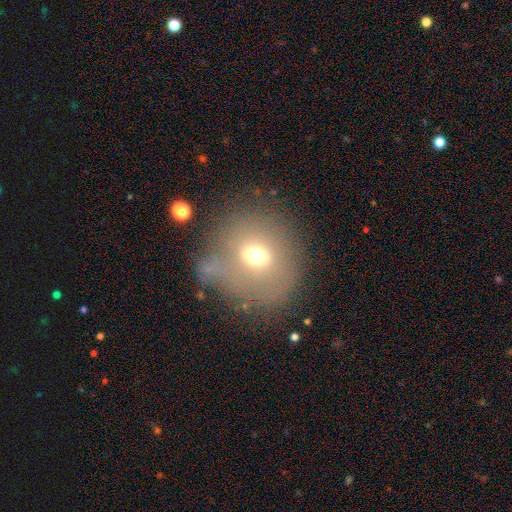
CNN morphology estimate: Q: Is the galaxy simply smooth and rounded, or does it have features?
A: smooth — 56%.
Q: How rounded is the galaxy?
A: round — 72%.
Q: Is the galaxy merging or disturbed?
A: none — 49%.